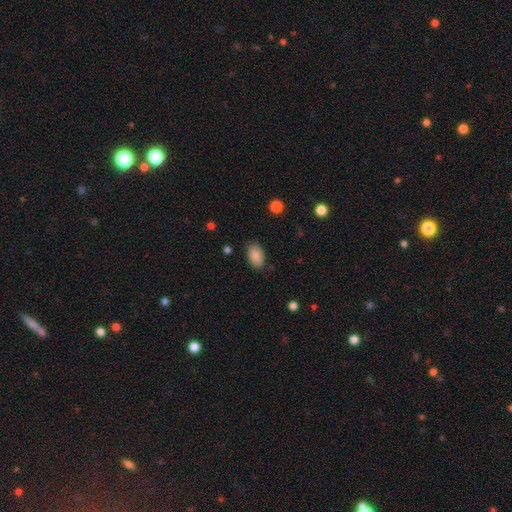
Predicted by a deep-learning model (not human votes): The model was most divided on "merging": none: 83%, minor disturbance: 13%, major disturbance: 3%, merger: 1%. More confident: how rounded — in between (90%); smooth or featured — smooth (86%).